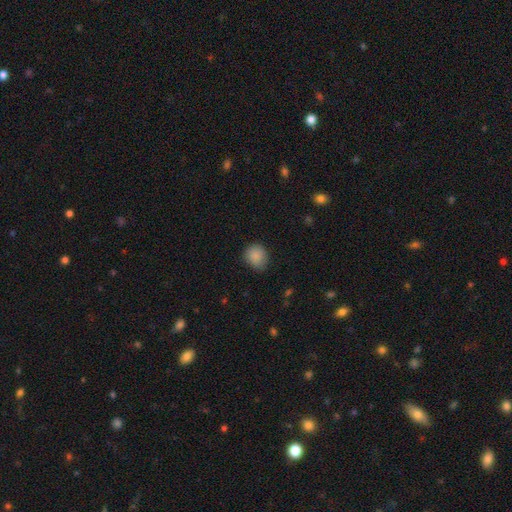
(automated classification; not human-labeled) Smooth or featured?
  - smooth: 87% *
  - star or artifact: 9%
  - featured or disk: 4%
How rounded?
  - round: 70% *
  - in between: 29%
  - cigar-shaped: 1%
Merging?
  - none: 74% *
  - minor disturbance: 21%
  - major disturbance: 4%
  - merger: 1%